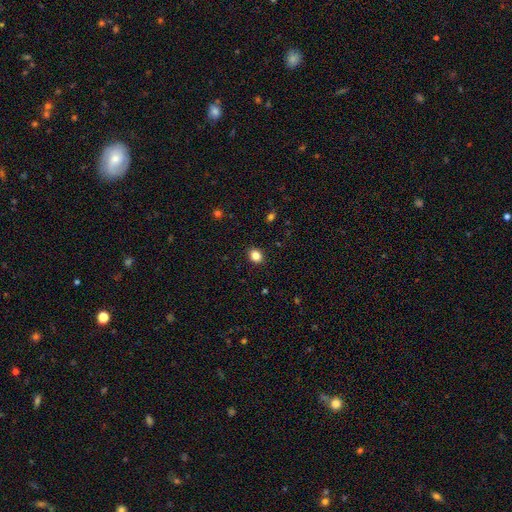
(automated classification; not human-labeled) The model was most divided on "how rounded": round: 59%, in between: 40%, cigar-shaped: 1%. More confident: merging — none (91%); smooth or featured — smooth (85%).